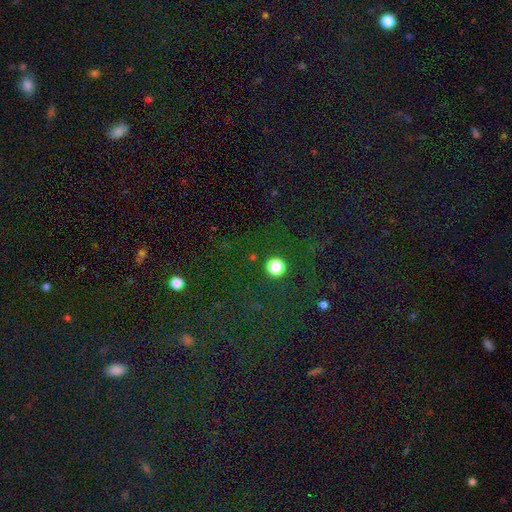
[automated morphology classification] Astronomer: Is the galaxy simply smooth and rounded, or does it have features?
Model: star or artifact — 76%.